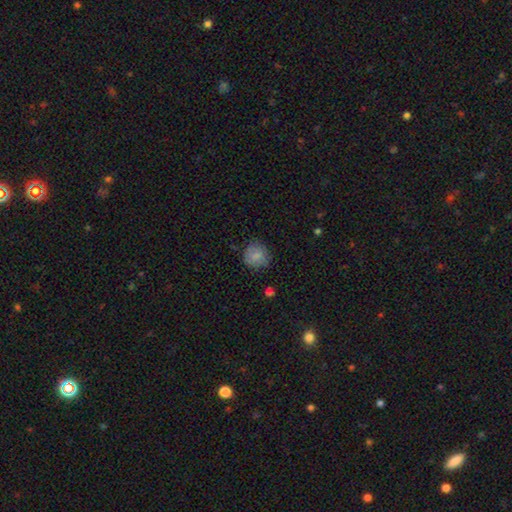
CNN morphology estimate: The model was most divided on "merging": none: 76%, minor disturbance: 18%, major disturbance: 5%, merger: 1%. More confident: how rounded — round (86%); smooth or featured — smooth (80%).